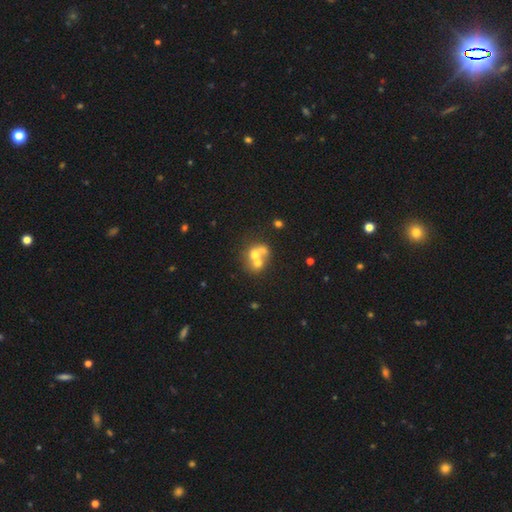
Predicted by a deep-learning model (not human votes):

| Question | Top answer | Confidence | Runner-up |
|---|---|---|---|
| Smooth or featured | smooth | 53% | featured or disk (34%) |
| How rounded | round | 63% | in between (36%) |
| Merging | merger | 64% | none (23%) |